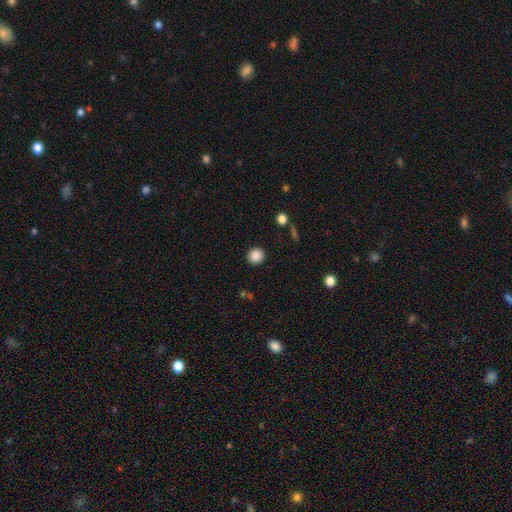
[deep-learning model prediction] Overall: smooth (87%). How rounded: round (93%). Merging: none (92%).